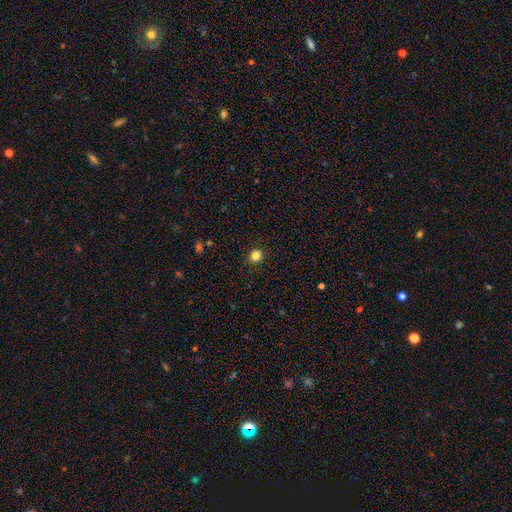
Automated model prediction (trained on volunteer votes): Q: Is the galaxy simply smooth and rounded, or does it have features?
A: smooth — 83%.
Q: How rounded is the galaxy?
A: round — 88%.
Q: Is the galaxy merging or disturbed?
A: none — 91%.